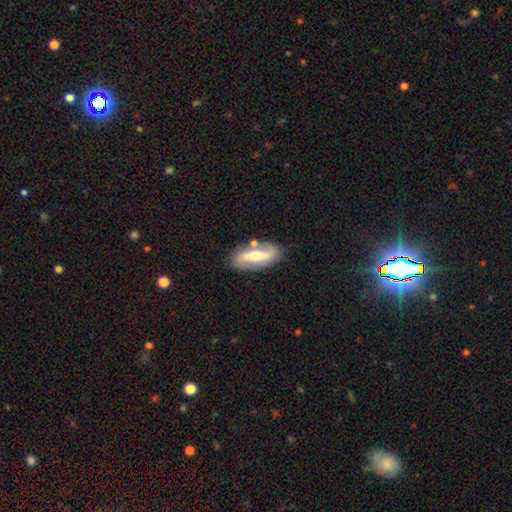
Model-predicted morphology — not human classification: Smooth or featured? featured or disk (66%)
Edge-on disk? no (82%)
Bar? strong (54%)
Spiral arms? yes (73%)
Bulge size? moderate (63%)
Merging? none (78%)